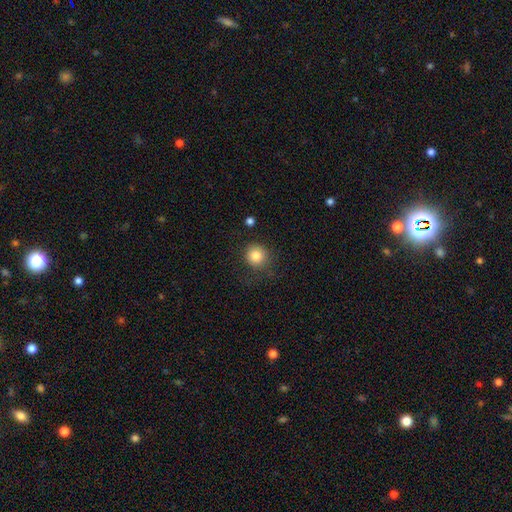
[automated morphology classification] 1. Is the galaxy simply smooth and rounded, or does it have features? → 83% smooth, 11% star or artifact, 6% featured or disk.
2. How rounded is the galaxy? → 92% round, 7% in between, 1% cigar-shaped.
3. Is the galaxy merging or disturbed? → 82% none, 12% minor disturbance, 5% major disturbance, 2% merger.